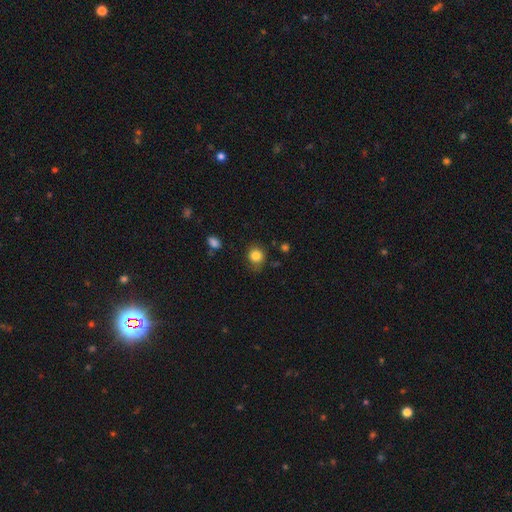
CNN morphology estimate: Q: Smooth or featured?
A: smooth (83%); runner-up: star or artifact (11%)
Q: How rounded?
A: round (78%); runner-up: in between (21%)
Q: Merging?
A: none (68%); runner-up: minor disturbance (23%)